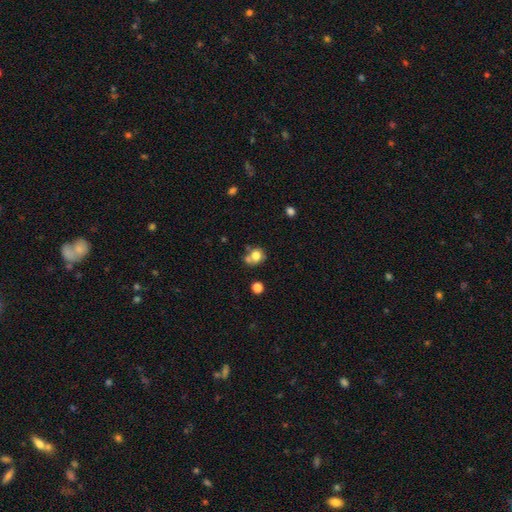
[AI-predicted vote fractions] smooth-or-featured: smooth: 76% | featured or disk: 12% | star or artifact: 11%
  how-rounded: round: 72% | in between: 27% | cigar-shaped: 1%
  merging: none: 48% | merger: 31% | minor disturbance: 15% | major disturbance: 6%